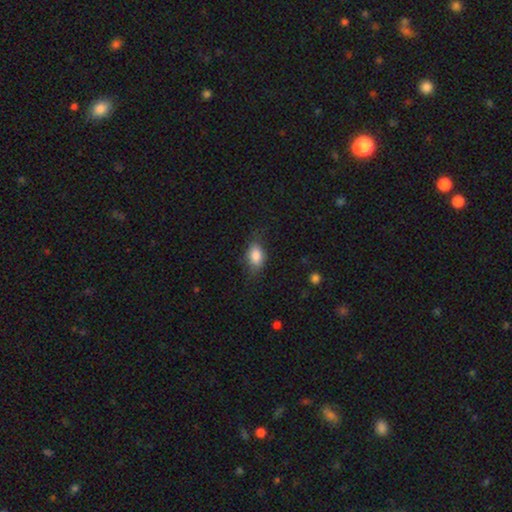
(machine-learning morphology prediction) smooth_or_featured: smooth (p=0.83) [alt: featured or disk p=0.10]
how_rounded: in between (p=0.87) [alt: round p=0.09]
merging: none (p=0.63) [alt: minor disturbance p=0.26]